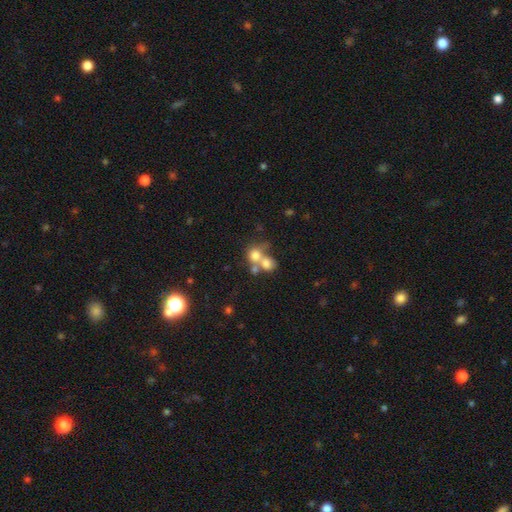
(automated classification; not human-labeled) Smooth or featured?
  - smooth: 70% *
  - featured or disk: 17%
  - star or artifact: 13%
How rounded?
  - round: 75% *
  - in between: 24%
  - cigar-shaped: 1%
Merging?
  - merger: 61% *
  - none: 28%
  - minor disturbance: 7%
  - major disturbance: 5%